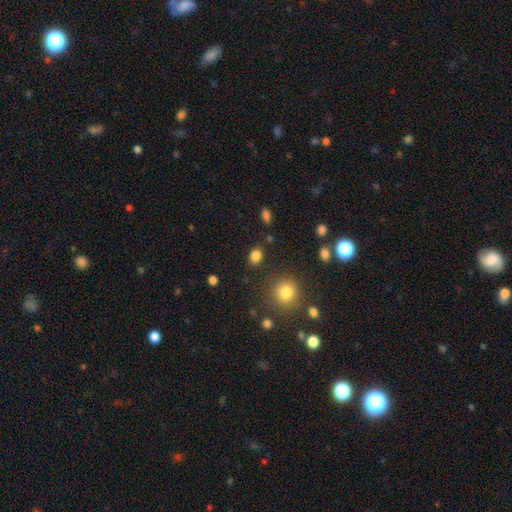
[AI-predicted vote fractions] A smooth galaxy with no disk features (84%) that is in between round and cigar-shaped (56%).

Vote fractions:
- Smooth or featured? smooth: 84% / star or artifact: 12% / featured or disk: 5%
- How rounded? in between: 56% / round: 43% / cigar-shaped: 1%
- Merging? none: 84% / minor disturbance: 10% / major disturbance: 3% / merger: 3%